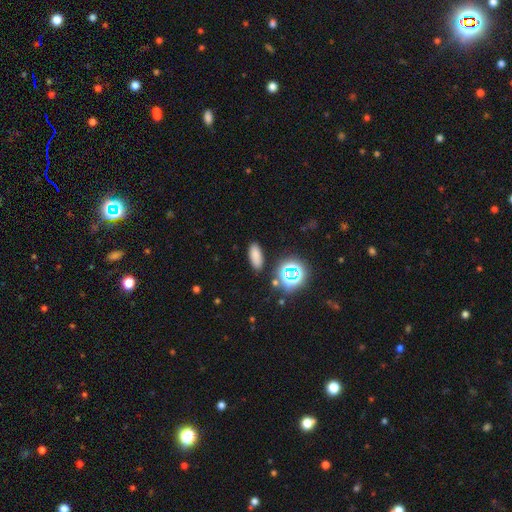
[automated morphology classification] Overall: smooth (75%). How rounded: in between (80%). Merging: none (86%).